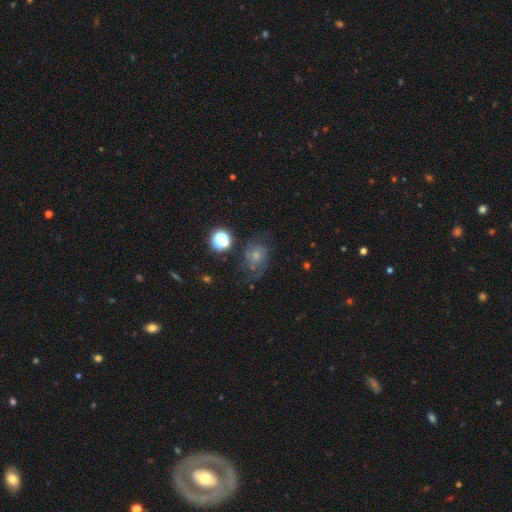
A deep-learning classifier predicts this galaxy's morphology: This is marginally a featured or disk galaxy (45%). Merging: possibly none (46%).